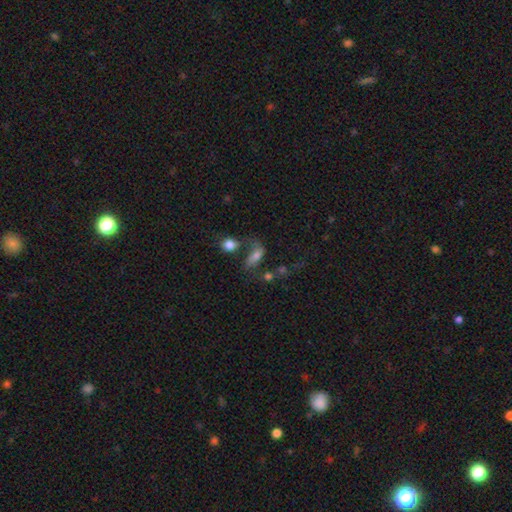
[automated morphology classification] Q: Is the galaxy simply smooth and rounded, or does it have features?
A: smooth — 55%.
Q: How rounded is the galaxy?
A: in between — 75%.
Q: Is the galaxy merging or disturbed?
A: merger — 34%.